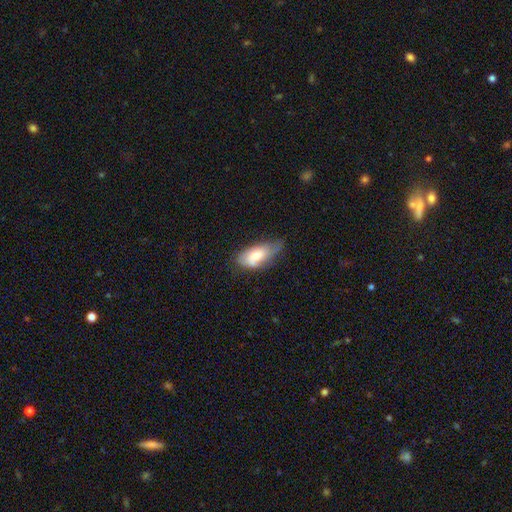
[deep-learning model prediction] Smooth or featured? smooth (68%)
How rounded? in between (87%)
Merging? minor disturbance (44%)